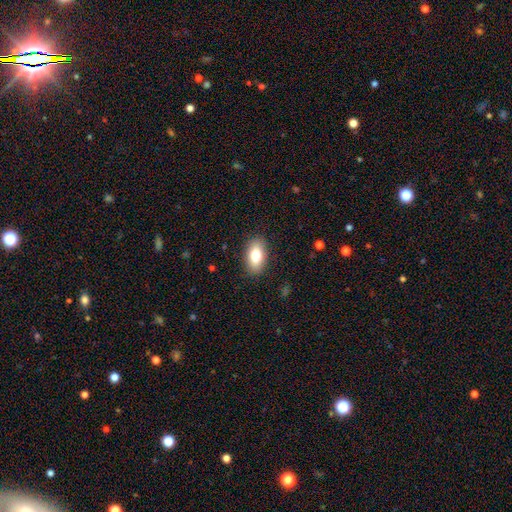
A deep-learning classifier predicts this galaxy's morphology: Overall: smooth (78%). How rounded: in between (90%). Merging: none (88%).